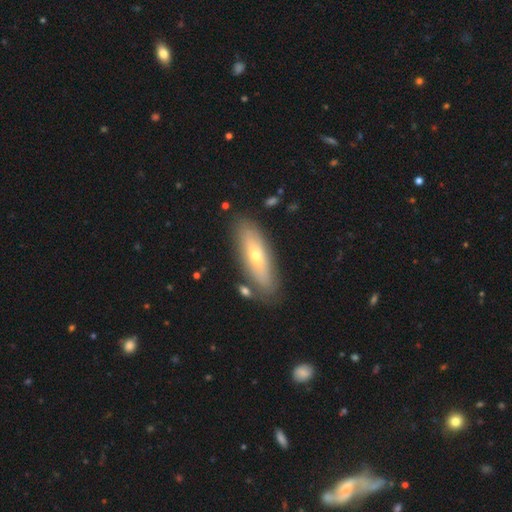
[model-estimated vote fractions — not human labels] smooth 49%, featured or disk 44%, star or artifact 7%. Down the decision tree: merging — none (82%).